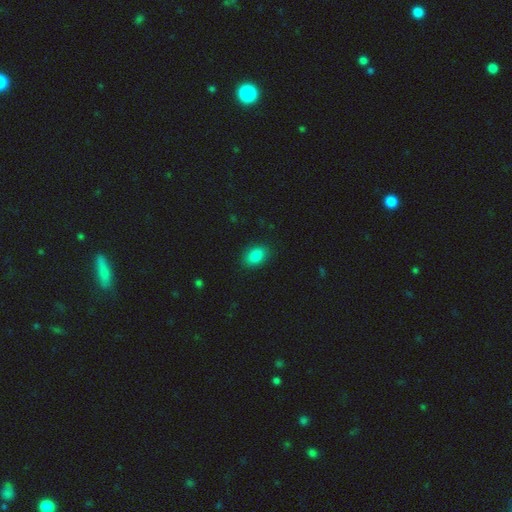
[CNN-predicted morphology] Smooth or featured? smooth (86%)
How rounded? in between (82%)
Merging? none (88%)